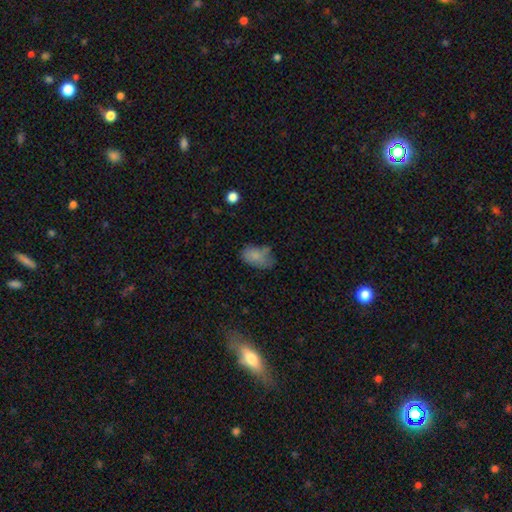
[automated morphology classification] A smooth galaxy with no disk features (80%) that is in between round and cigar-shaped (87%).

Vote fractions:
- Smooth or featured? smooth: 80% / featured or disk: 11% / star or artifact: 10%
- How rounded? in between: 87% / round: 11% / cigar-shaped: 1%
- Merging? none: 46% / minor disturbance: 32% / major disturbance: 13% / merger: 9%